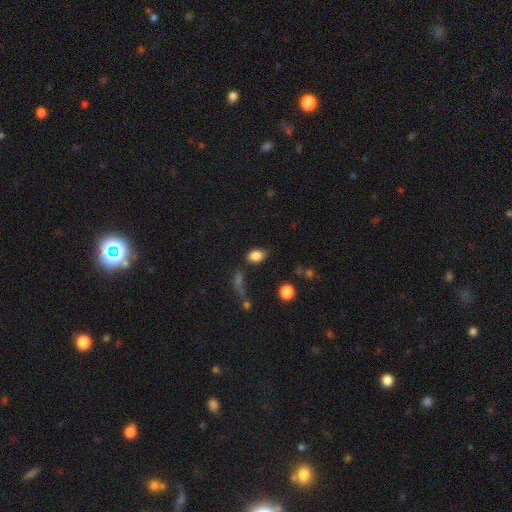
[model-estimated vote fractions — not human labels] smooth 84%, star or artifact 9%, featured or disk 7%. Down the decision tree: how rounded — in between (83%); merging — none (74%).